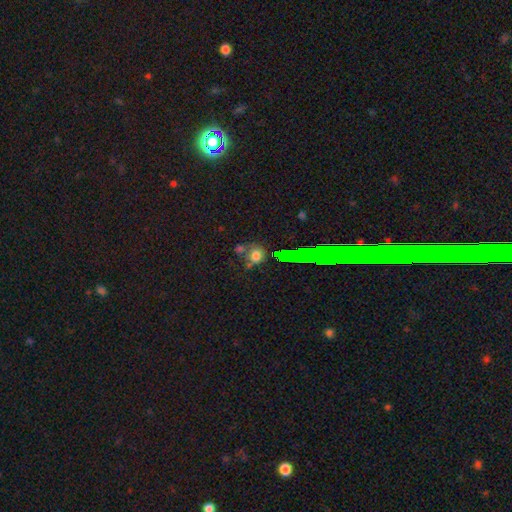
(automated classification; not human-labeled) The model was most divided on "merging": none: 53%, merger: 18%, minor disturbance: 18%, major disturbance: 11%. More confident: how rounded — round (71%); smooth or featured — smooth (63%).